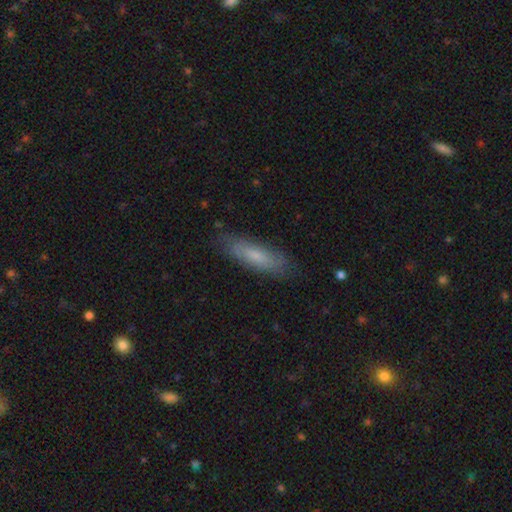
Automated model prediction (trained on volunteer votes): This is likely a smooth galaxy (69%). How rounded: possibly cigar-shaped (57%). Merging: clearly none (80%).